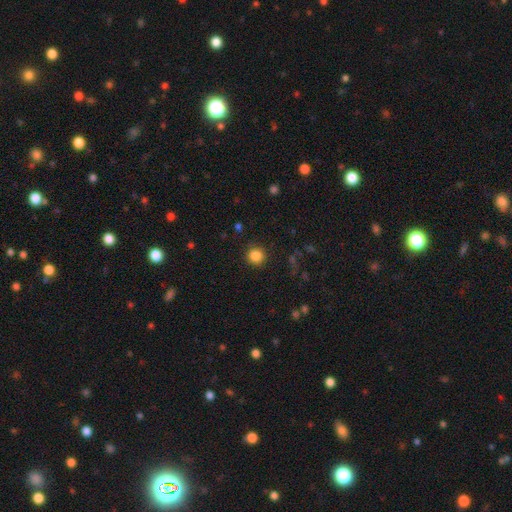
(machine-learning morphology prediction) smooth_or_featured: smooth (p=0.85) [alt: star or artifact p=0.11]
how_rounded: round (p=0.93) [alt: in between p=0.06]
merging: none (p=0.90) [alt: minor disturbance p=0.06]